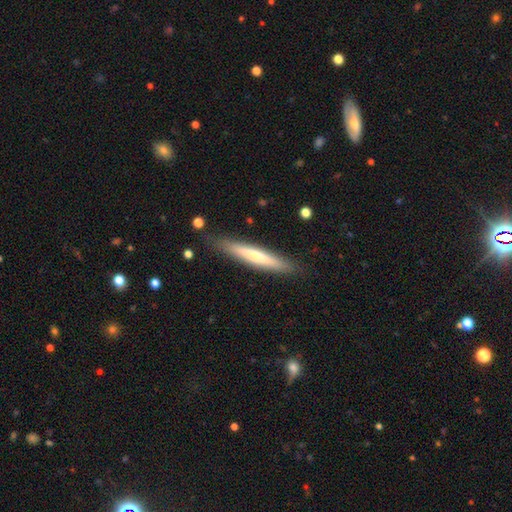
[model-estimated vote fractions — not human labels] This is possibly a smooth galaxy (56%). How rounded: clearly cigar-shaped (93%). Merging: clearly none (87%).